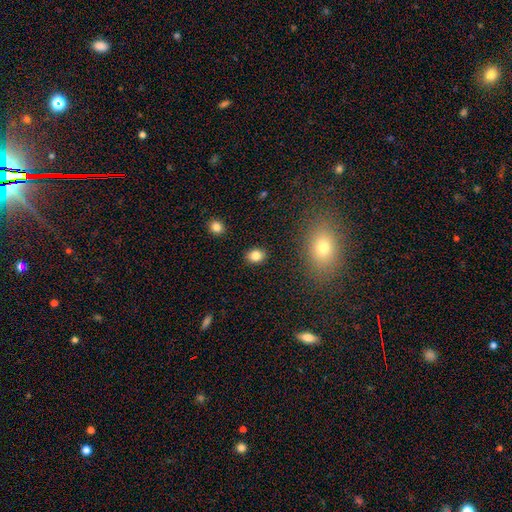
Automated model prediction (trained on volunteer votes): Smooth or featured?
  - smooth: 84% *
  - star or artifact: 10%
  - featured or disk: 6%
How rounded?
  - in between: 51% *
  - round: 48%
  - cigar-shaped: 1%
Merging?
  - none: 89% *
  - minor disturbance: 7%
  - major disturbance: 2%
  - merger: 2%